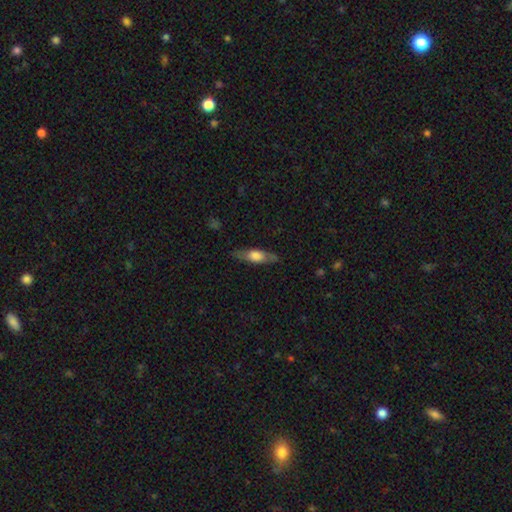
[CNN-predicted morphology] smooth 51%, featured or disk 43%, star or artifact 6%. Down the decision tree: how rounded — cigar-shaped (55%); merging — none (81%).